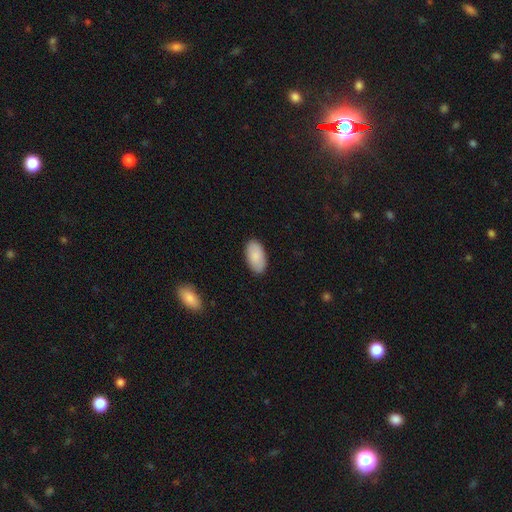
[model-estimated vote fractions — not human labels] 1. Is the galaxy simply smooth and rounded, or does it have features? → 88% smooth, 7% featured or disk, 6% star or artifact.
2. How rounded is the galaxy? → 95% in between, 3% round, 2% cigar-shaped.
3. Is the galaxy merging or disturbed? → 88% none, 9% minor disturbance, 2% major disturbance, 1% merger.